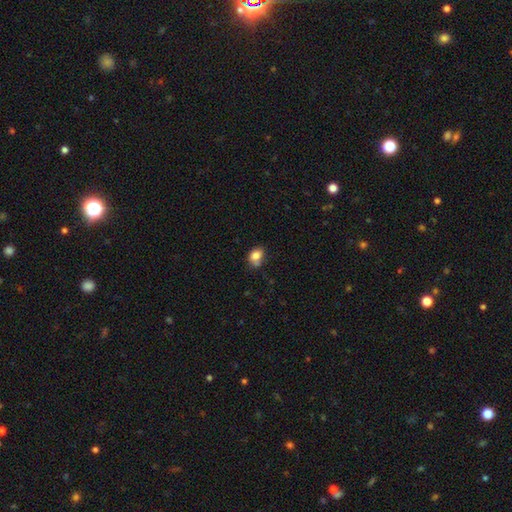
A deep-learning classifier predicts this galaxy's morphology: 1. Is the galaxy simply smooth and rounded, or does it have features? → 81% smooth, 10% star or artifact, 9% featured or disk.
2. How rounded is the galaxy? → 64% in between, 35% round, 1% cigar-shaped.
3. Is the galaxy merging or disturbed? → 53% none, 28% minor disturbance, 12% merger, 6% major disturbance.